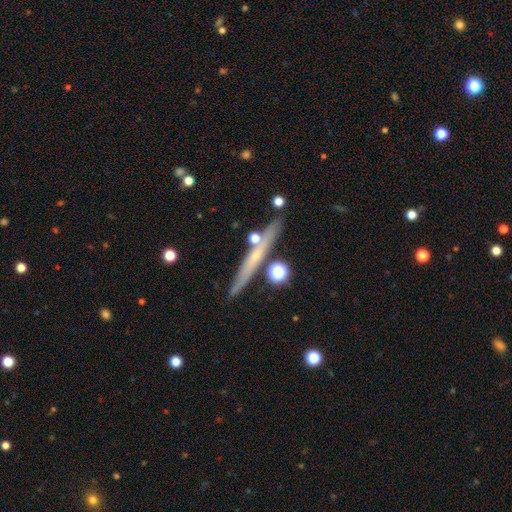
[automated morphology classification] Smooth or featured: featured or disk — 55% (smooth — 37%)
Edge-on disk: yes — 93% (no — 7%)
Edge-on bulge: none — 54% (rounded — 43%)
Merging: none — 82% (minor disturbance — 10%)